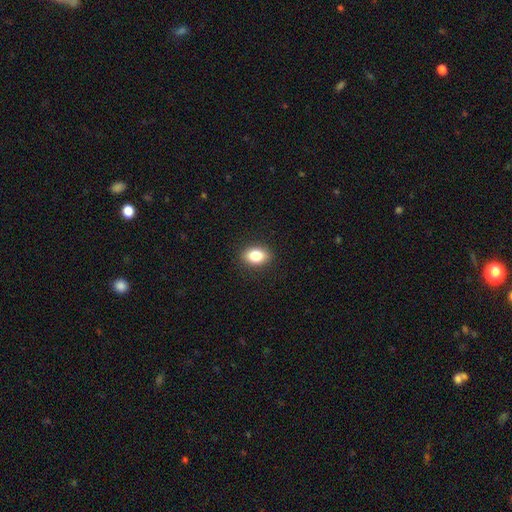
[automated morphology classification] A smooth galaxy with no disk features (84%) that is in between round and cigar-shaped (79%). Merging: none (89%).